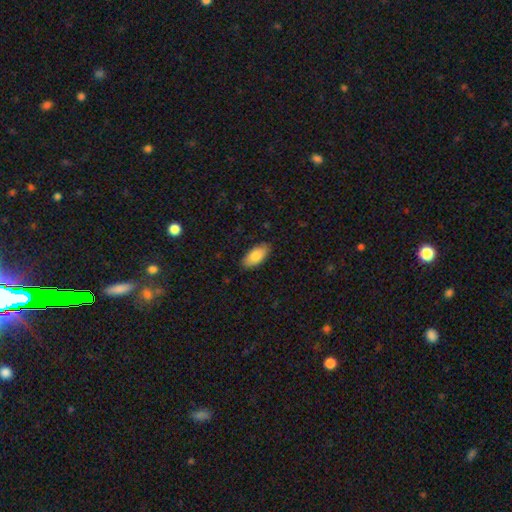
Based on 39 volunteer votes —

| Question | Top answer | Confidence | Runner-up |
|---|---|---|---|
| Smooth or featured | smooth | 79% | featured or disk (13%) |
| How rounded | in between | 94% | cigar-shaped (6%) |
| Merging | none | 83% | minor disturbance (14%) |